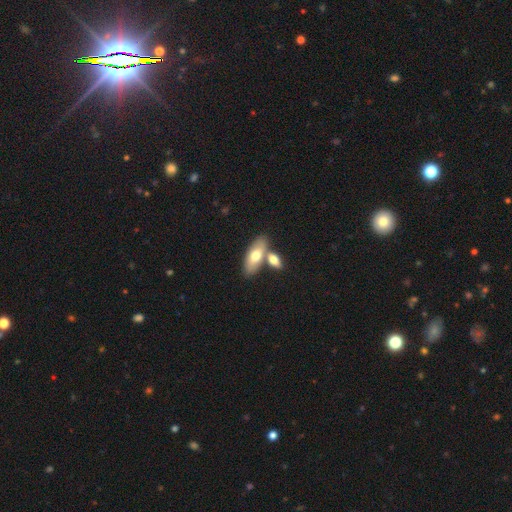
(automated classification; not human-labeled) Overall: smooth (68%). How rounded: in between (78%). Merging: none (52%; merger 37%).